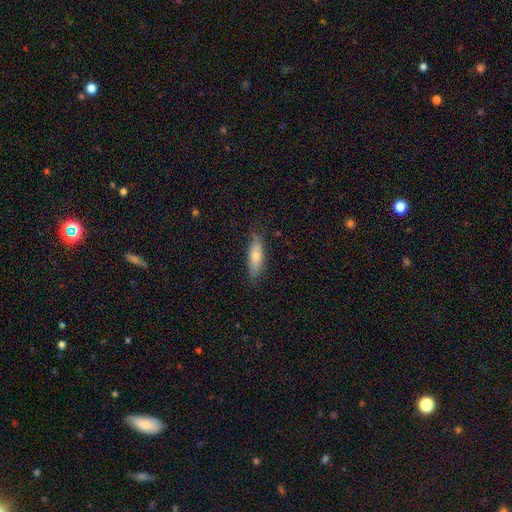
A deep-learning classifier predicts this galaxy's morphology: A smooth galaxy with no disk features (71%) that is in between round and cigar-shaped (51%). Merging: none (75%).